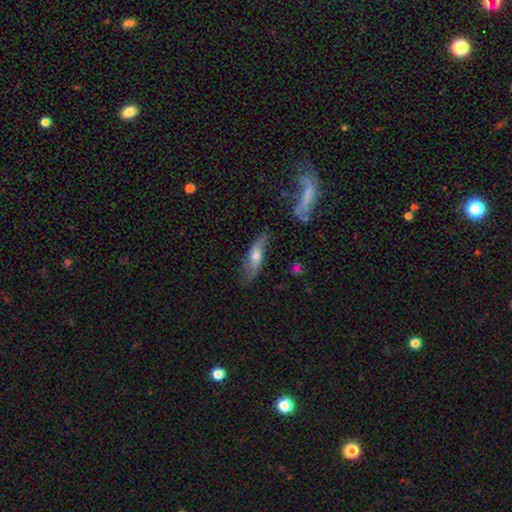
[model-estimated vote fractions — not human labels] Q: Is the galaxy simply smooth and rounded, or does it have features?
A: smooth — 47%.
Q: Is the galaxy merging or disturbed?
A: none — 65%.